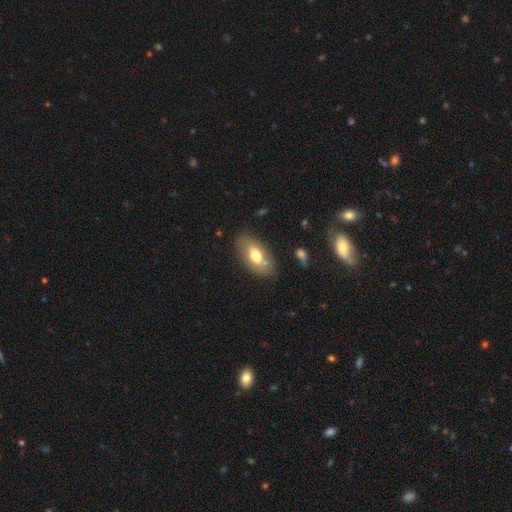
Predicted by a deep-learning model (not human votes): Q: Smooth or featured?
A: smooth (66%); runner-up: featured or disk (26%)
Q: How rounded?
A: in between (91%); runner-up: round (5%)
Q: Merging?
A: none (72%); runner-up: minor disturbance (16%)